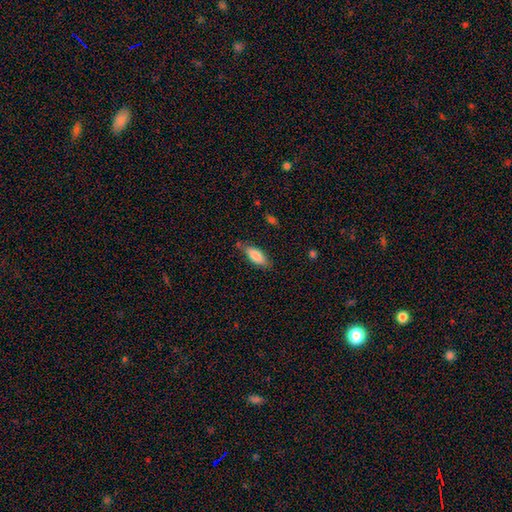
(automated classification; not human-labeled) smooth-or-featured: smooth: 82% | featured or disk: 11% | star or artifact: 6%
  how-rounded: in between: 71% | cigar-shaped: 28% | round: 2%
  merging: none: 71% | minor disturbance: 21% | major disturbance: 5% | merger: 3%